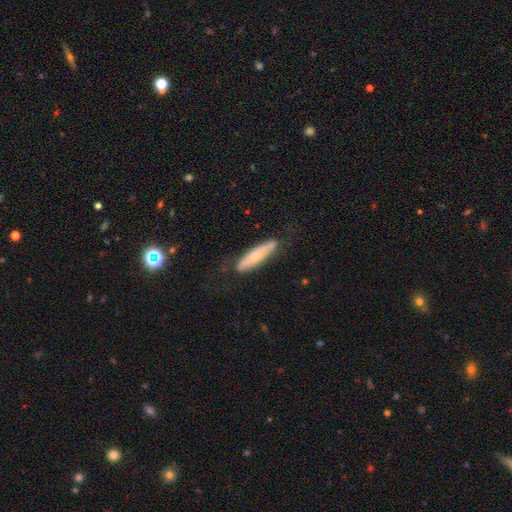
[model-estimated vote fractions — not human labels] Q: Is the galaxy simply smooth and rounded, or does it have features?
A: featured or disk — 49%.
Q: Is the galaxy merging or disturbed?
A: none — 77%.